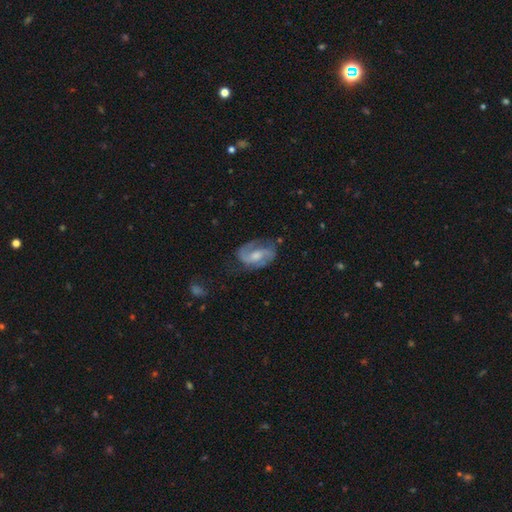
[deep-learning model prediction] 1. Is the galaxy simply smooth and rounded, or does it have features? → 84% featured or disk, 11% smooth, 5% star or artifact.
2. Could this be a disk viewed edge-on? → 97% no, 3% yes.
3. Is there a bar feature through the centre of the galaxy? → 49% weak, 35% no, 16% strong.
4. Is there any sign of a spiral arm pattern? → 95% yes, 5% no.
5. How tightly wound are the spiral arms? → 53% medium, 26% loose, 22% tight.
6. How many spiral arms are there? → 88% 2, 5% can't tell, 3% 1, 2% 3, 1% 4, 1% more than 4.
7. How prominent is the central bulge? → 51% moderate, 33% small, 8% none, 7% large, 1% dominant.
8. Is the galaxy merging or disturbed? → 67% none, 21% minor disturbance, 11% major disturbance, 2% merger.